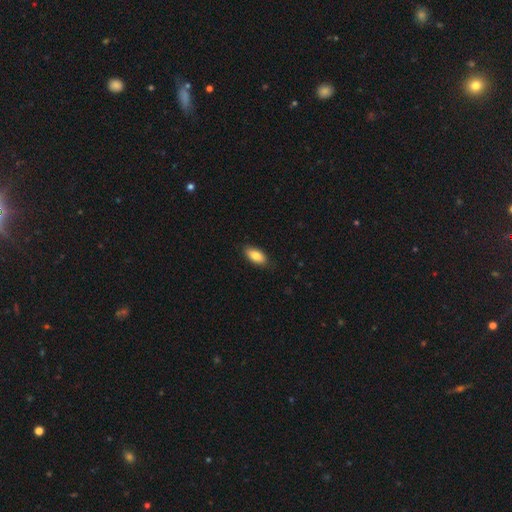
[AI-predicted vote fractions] Smooth or featured? Predicted: smooth (p=0.82). How rounded? Predicted: in between (p=0.90). Merging? Predicted: none (p=0.86).